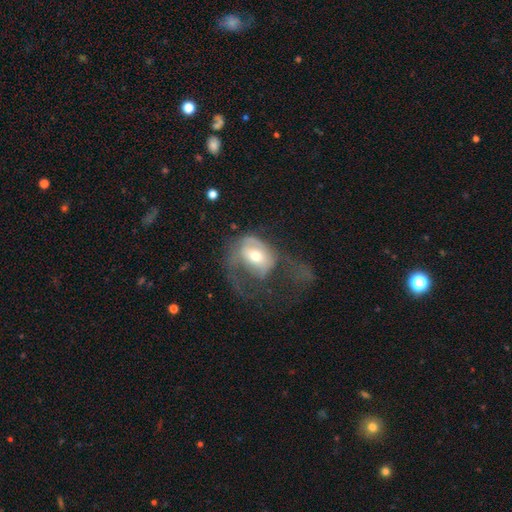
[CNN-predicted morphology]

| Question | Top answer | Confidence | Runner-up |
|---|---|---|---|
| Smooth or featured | featured or disk | 50% | smooth (42%) |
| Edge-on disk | no | 95% | yes (5%) |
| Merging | major disturbance | 66% | none (16%) |